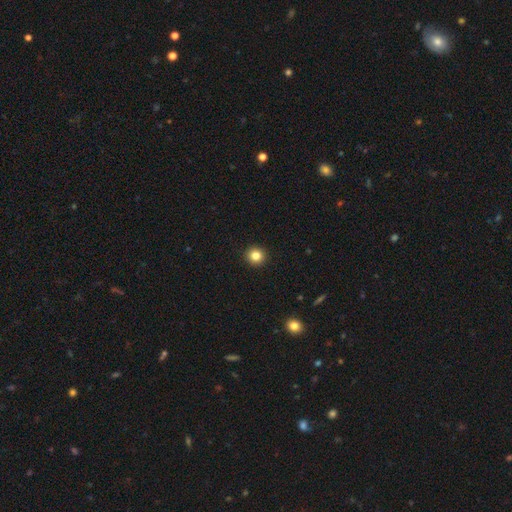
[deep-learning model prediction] This appears to be a smooth galaxy with no disk features (83%) that is round (94%). Merging: none (94%).